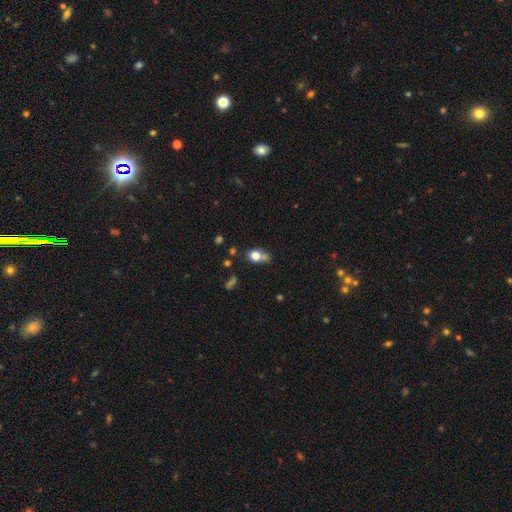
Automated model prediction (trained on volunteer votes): Overall: smooth (76%). How rounded: round (53%; in between 45%). Merging: none (40%; merger 31%).